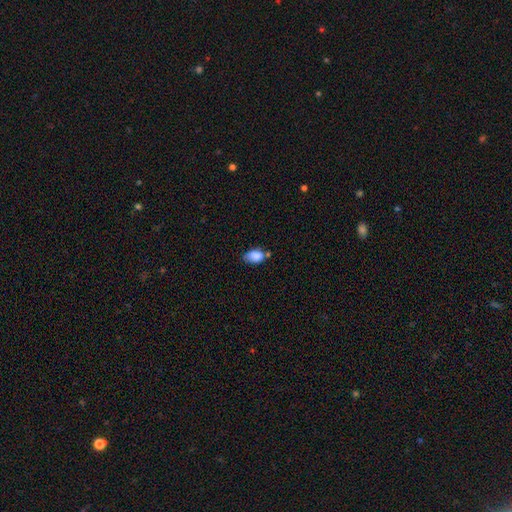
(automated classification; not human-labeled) A smooth galaxy with no disk features (83%) that is in between round and cigar-shaped (85%). Merging: none (43%).